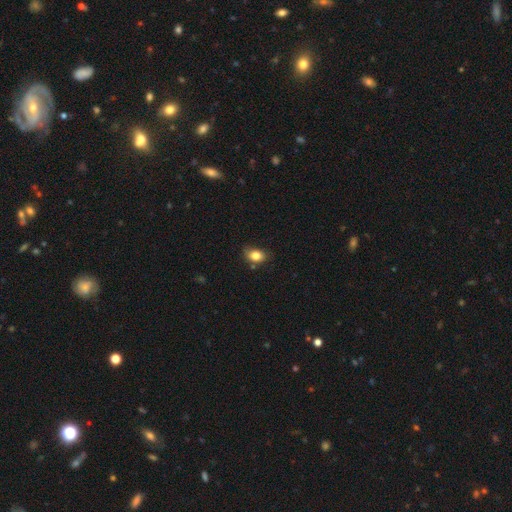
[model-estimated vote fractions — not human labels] Smooth or featured? smooth (82%)
How rounded? in between (75%)
Merging? none (63%)